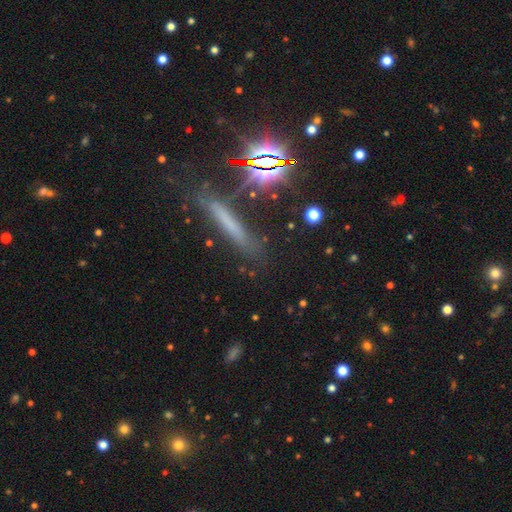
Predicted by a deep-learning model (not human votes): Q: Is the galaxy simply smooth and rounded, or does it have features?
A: smooth — 41%.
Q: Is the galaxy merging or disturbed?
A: none — 76%.